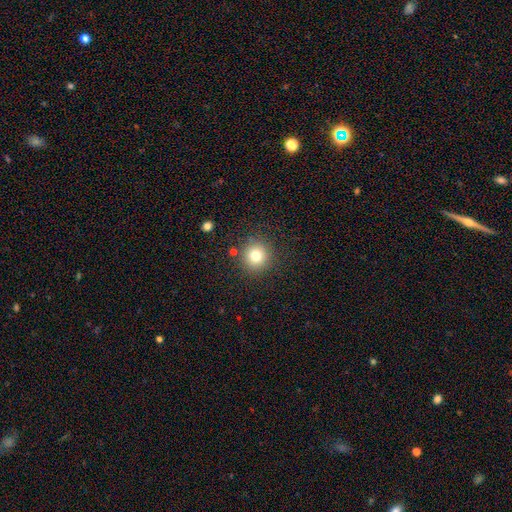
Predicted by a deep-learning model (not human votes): This appears to be a smooth galaxy with no disk features (77%) that is round (92%). Merging: none (87%).